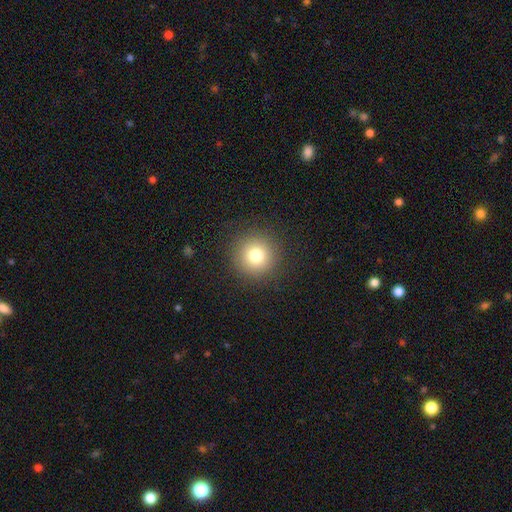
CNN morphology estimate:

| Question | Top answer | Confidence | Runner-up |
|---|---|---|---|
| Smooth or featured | smooth | 79% | star or artifact (12%) |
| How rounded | round | 95% | in between (4%) |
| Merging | none | 90% | minor disturbance (6%) |